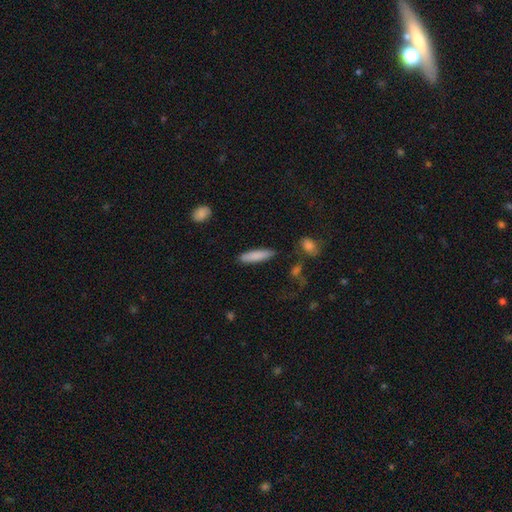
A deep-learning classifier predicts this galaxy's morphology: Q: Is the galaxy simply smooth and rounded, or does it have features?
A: smooth — 84%.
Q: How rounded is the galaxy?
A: cigar-shaped — 76%.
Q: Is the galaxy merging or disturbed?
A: none — 86%.